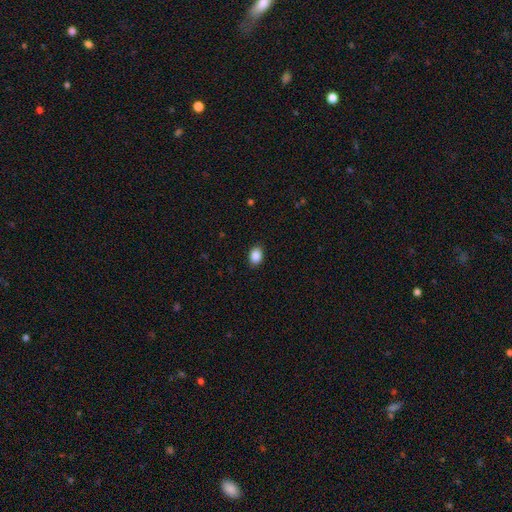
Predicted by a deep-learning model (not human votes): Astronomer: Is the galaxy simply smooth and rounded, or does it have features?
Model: smooth — 88%.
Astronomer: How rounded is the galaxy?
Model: in between — 69%.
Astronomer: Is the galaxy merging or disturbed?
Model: none — 87%.